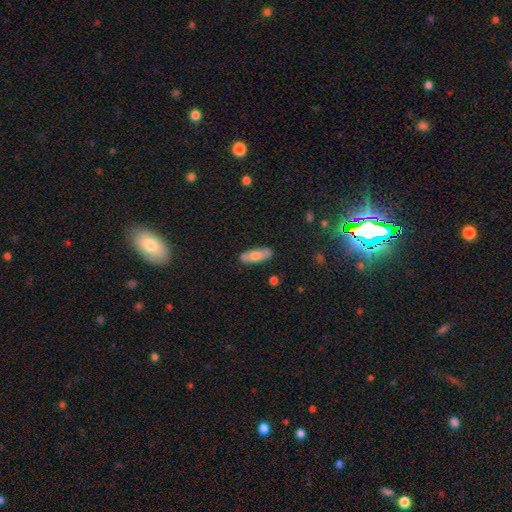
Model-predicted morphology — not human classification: The model was most divided on "how rounded": in between: 65%, cigar-shaped: 32%, round: 2%. More confident: merging — none (79%); smooth or featured — smooth (69%).